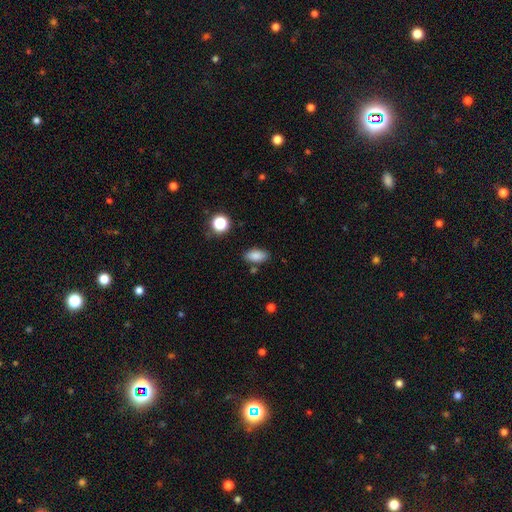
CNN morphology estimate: Smooth or featured? Predicted: smooth (p=0.85). How rounded? Predicted: in between (p=0.87). Merging? Predicted: none (p=0.82).